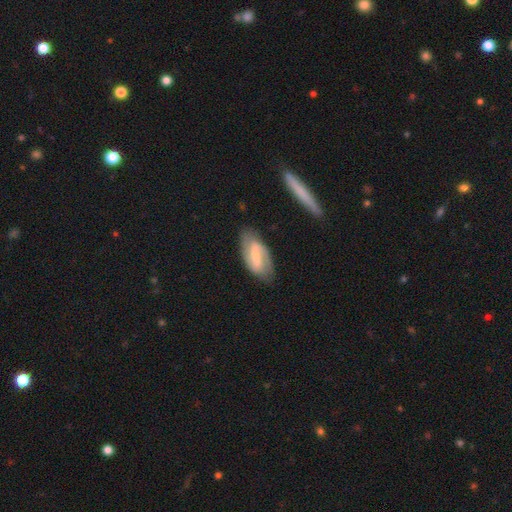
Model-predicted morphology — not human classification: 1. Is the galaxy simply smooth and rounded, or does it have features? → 66% featured or disk, 28% smooth, 6% star or artifact.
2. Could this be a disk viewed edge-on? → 95% no, 5% yes.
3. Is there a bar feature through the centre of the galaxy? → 46% weak, 36% strong, 18% no.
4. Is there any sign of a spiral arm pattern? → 90% yes, 10% no.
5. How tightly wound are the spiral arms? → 44% medium, 33% loose, 23% tight.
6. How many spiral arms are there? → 83% 2, 8% can't tell, 5% 1, 1% 3, 1% 4, 1% more than 4.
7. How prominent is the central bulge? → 46% small, 27% none, 22% moderate, 4% large, 1% dominant.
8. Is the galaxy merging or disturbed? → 74% none, 18% minor disturbance, 6% major disturbance, 2% merger.